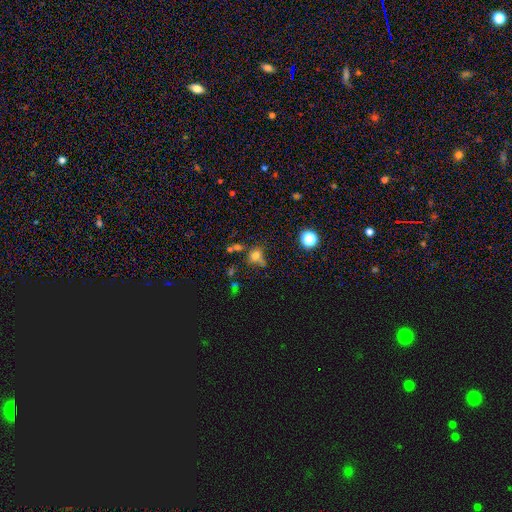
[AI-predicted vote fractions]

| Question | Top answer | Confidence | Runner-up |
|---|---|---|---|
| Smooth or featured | smooth | 64% | star or artifact (23%) |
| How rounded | round | 63% | in between (35%) |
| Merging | none | 49% | minor disturbance (20%) |